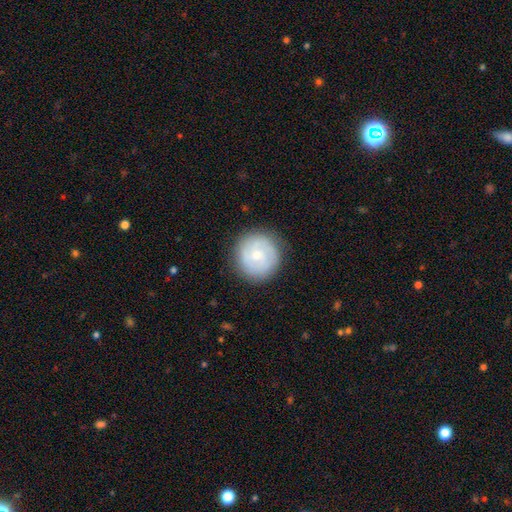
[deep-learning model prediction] Q: Smooth or featured?
A: featured or disk (54%); runner-up: smooth (39%)
Q: Edge-on disk?
A: no (98%); runner-up: yes (2%)
Q: Bar?
A: no (72%); runner-up: weak (24%)
Q: Spiral arms?
A: yes (81%); runner-up: no (19%)
Q: Bulge size?
A: small (57%); runner-up: moderate (39%)
Q: Merging?
A: none (86%); runner-up: minor disturbance (10%)